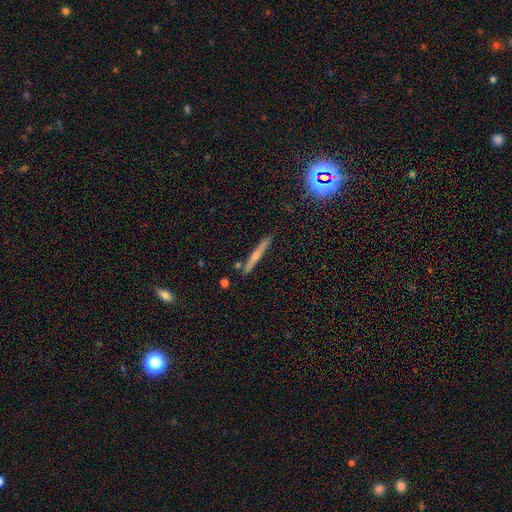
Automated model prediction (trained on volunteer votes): Smooth or featured? Predicted: featured or disk (p=0.50). Merging? Predicted: none (p=0.85).